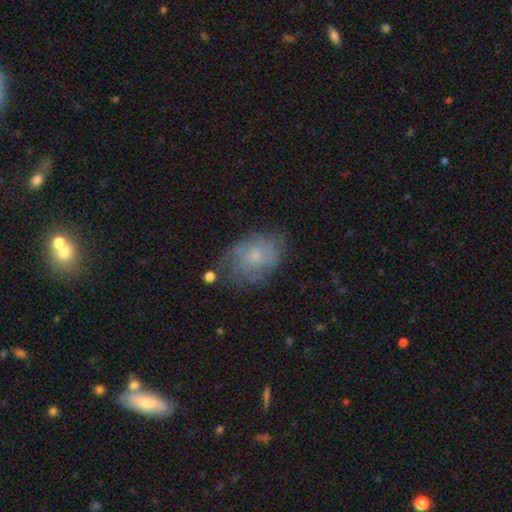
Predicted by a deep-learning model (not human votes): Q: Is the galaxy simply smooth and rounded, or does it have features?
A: featured or disk — 53%.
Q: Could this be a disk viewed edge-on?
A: no — 97%.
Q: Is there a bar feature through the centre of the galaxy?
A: no — 82%.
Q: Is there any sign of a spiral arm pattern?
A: yes — 75%.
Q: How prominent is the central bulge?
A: small — 62%.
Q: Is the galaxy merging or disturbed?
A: none — 66%.